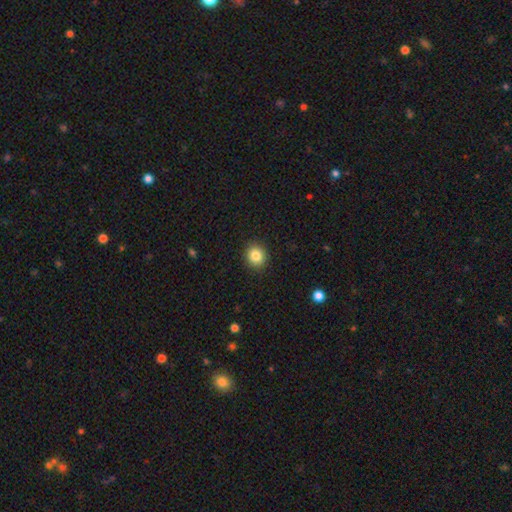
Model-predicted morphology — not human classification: A smooth galaxy with no disk features (84%) that is round (83%).

Vote fractions:
- Smooth or featured? smooth: 84% / star or artifact: 10% / featured or disk: 6%
- How rounded? round: 83% / in between: 16% / cigar-shaped: 1%
- Merging? none: 91% / minor disturbance: 6% / major disturbance: 2% / merger: 1%